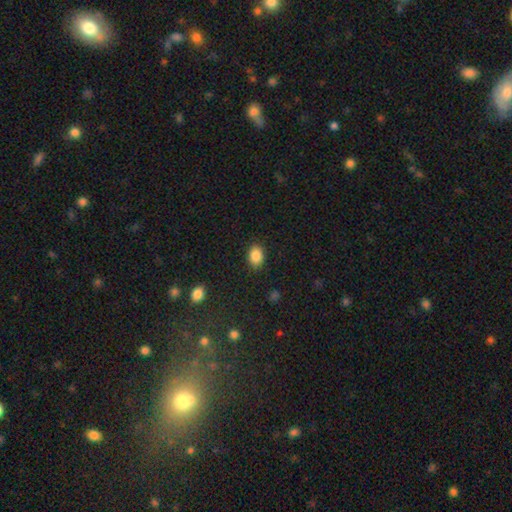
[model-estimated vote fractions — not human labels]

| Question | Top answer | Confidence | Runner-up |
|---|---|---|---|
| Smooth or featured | smooth | 87% | star or artifact (8%) |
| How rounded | in between | 76% | round (23%) |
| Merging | none | 88% | minor disturbance (9%) |